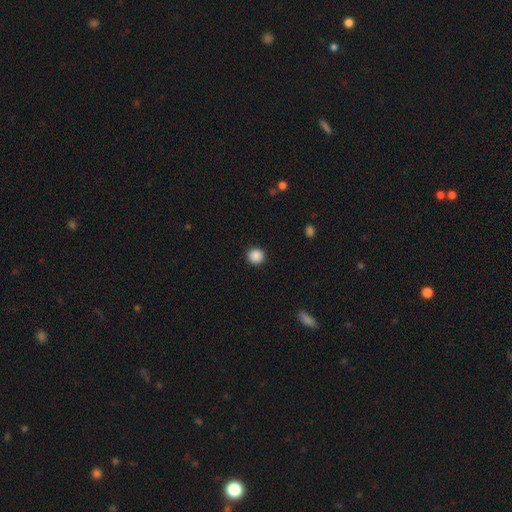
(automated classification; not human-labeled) smooth_or_featured: smooth (p=0.88) [alt: star or artifact p=0.09]
how_rounded: round (p=0.94) [alt: in between p=0.05]
merging: none (p=0.92) [alt: minor disturbance p=0.05]